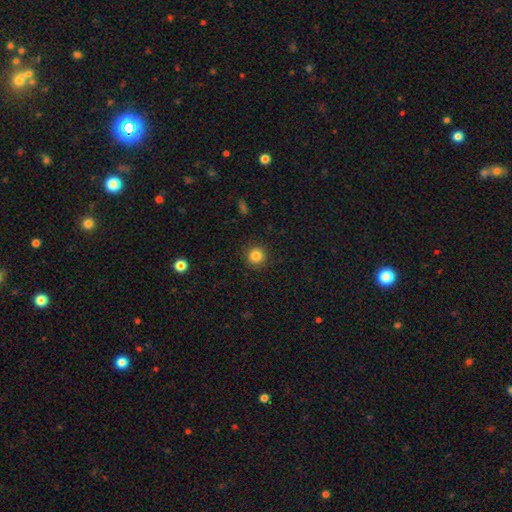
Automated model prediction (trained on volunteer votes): Smooth or featured? smooth (84%)
How rounded? round (95%)
Merging? none (92%)